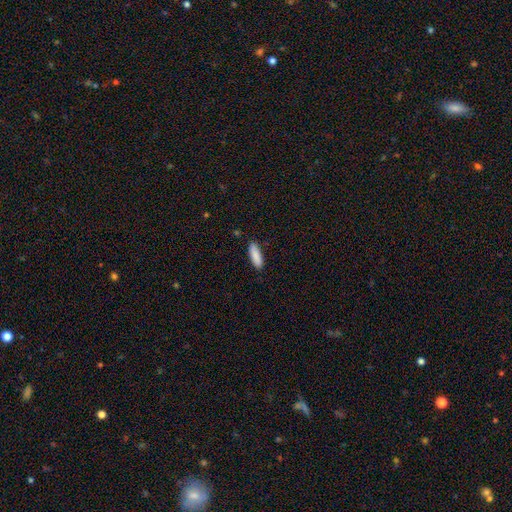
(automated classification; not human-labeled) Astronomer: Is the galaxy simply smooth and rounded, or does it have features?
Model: smooth — 88%.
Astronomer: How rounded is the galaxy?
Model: in between — 51% (runner-up: cigar-shaped, 48%).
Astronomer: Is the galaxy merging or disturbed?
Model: none — 87%.